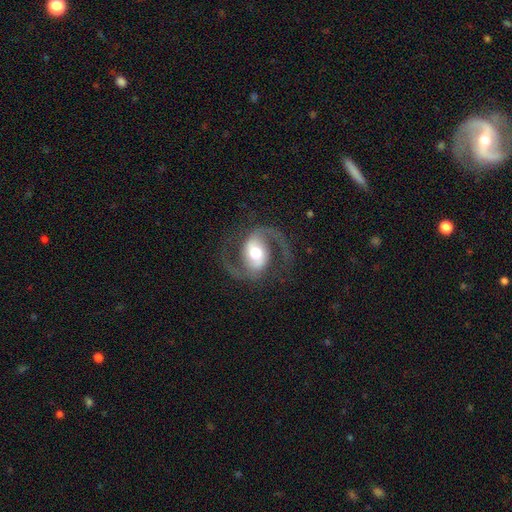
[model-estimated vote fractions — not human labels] The model was most divided on "bar": weak: 36%, strong: 33%, no: 31%. More confident: edge-on disk — no (98%); spiral arms — yes (97%); spiral arm count — 2 (94%); smooth or featured — featured or disk (92%); merging — none (80%); bulge size — moderate (67%); spiral winding — medium (61%).